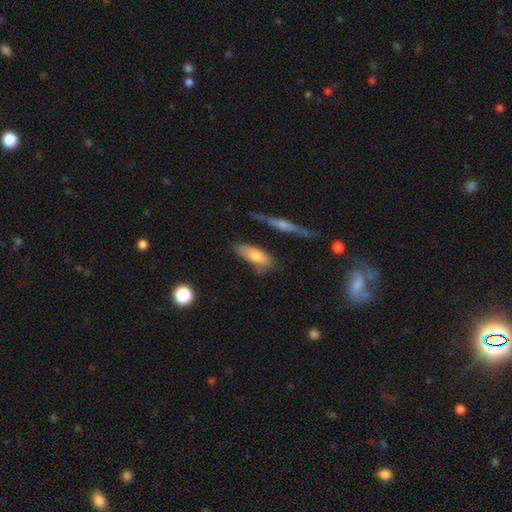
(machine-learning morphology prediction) smooth-or-featured: smooth: 71% | featured or disk: 22% | star or artifact: 7%
  how-rounded: in between: 68% | cigar-shaped: 29% | round: 3%
  merging: none: 53% | minor disturbance: 29% | major disturbance: 10% | merger: 8%